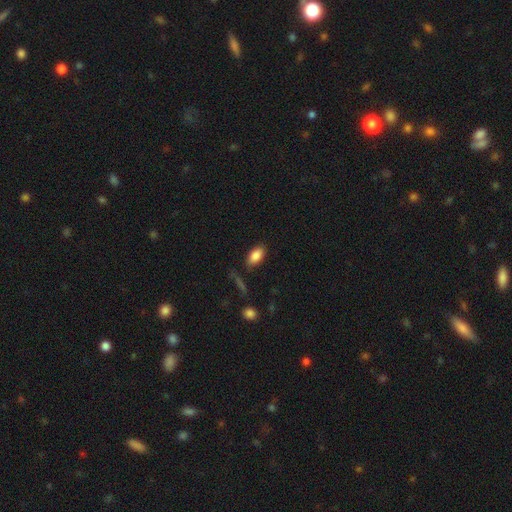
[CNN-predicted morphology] A smooth galaxy with no disk features (85%) that is in between round and cigar-shaped (91%).

Vote fractions:
- Smooth or featured? smooth: 85% / star or artifact: 7% / featured or disk: 7%
- How rounded? in between: 91% / cigar-shaped: 5% / round: 4%
- Merging? none: 82% / minor disturbance: 12% / major disturbance: 3% / merger: 2%